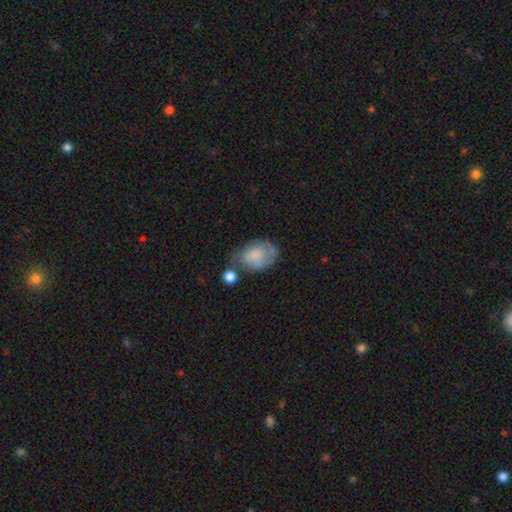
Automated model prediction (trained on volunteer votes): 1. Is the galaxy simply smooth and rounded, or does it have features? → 71% smooth, 22% featured or disk, 7% star or artifact.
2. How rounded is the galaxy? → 79% in between, 20% round, 1% cigar-shaped.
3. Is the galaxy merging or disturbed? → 42% none, 30% minor disturbance, 15% merger, 14% major disturbance.